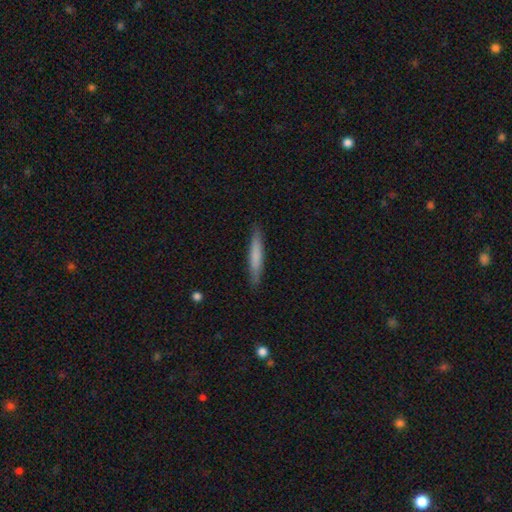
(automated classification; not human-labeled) Smooth or featured? smooth (72%)
How rounded? cigar-shaped (94%)
Merging? none (89%)